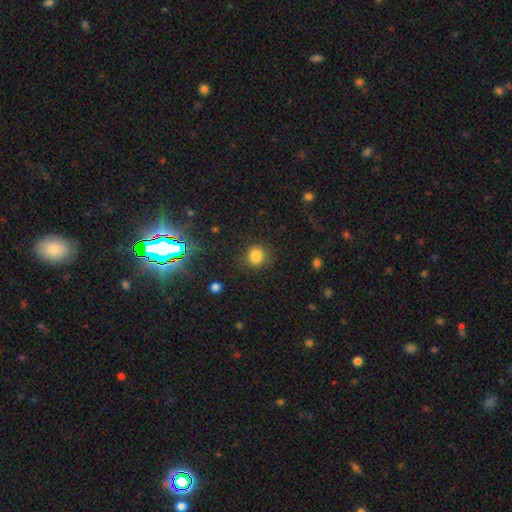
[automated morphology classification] smooth_or_featured: smooth (p=0.80) [alt: star or artifact p=0.15]
how_rounded: round (p=0.82) [alt: in between p=0.17]
merging: none (p=0.78) [alt: minor disturbance p=0.14]